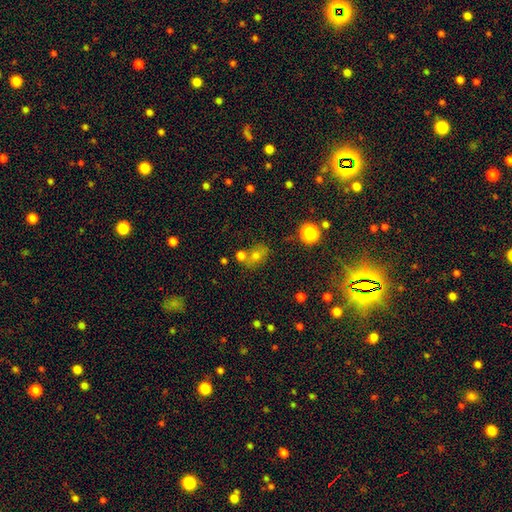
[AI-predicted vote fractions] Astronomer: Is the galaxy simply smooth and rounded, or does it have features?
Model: smooth — 57%.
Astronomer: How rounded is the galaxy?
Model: in between — 50% (runner-up: round, 48%).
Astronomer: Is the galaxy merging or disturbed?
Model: none — 53%.